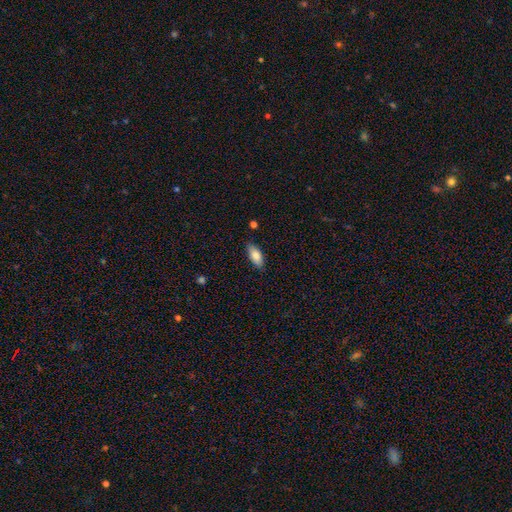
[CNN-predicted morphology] type=smooth (83%); roundness=in between (83%); merging=none (84%).